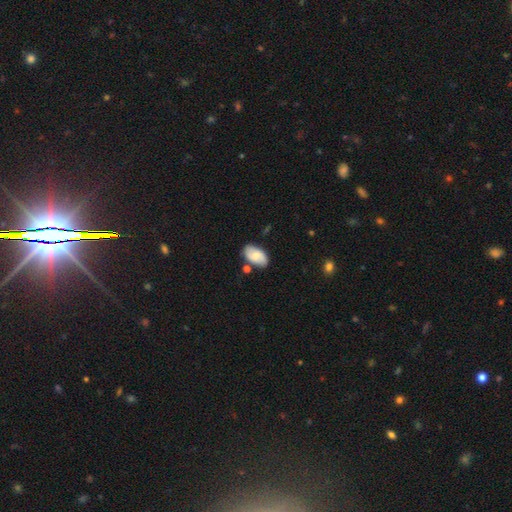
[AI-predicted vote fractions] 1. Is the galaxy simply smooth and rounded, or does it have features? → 62% smooth, 31% featured or disk, 7% star or artifact.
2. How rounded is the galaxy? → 94% in between, 5% round, 2% cigar-shaped.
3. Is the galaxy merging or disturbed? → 71% none, 18% minor disturbance, 8% merger, 4% major disturbance.